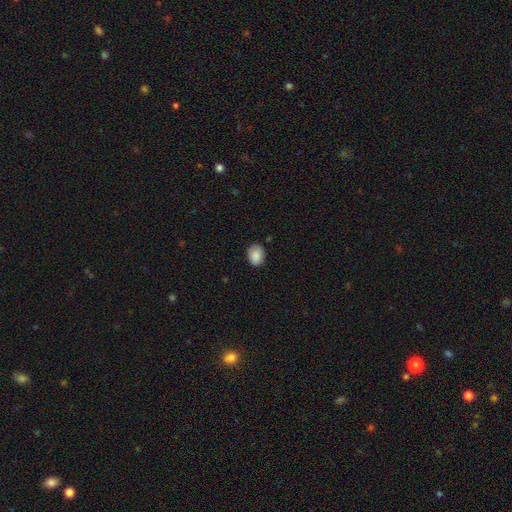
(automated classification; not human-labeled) This is clearly a smooth galaxy (88%). How rounded: likely in between (67%). Merging: likely none (76%).